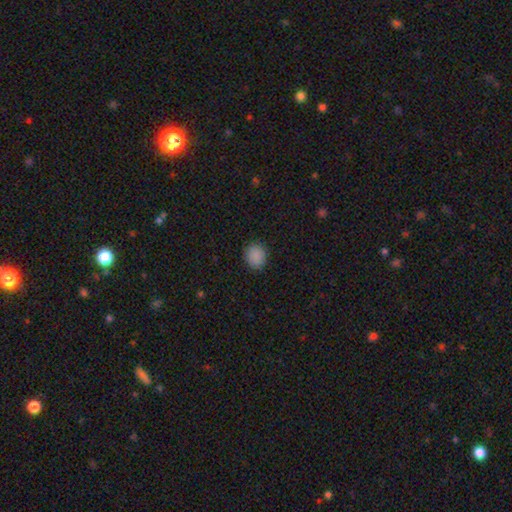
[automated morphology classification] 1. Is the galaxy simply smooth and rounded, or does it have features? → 87% smooth, 10% star or artifact, 3% featured or disk.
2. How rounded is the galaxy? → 76% round, 23% in between, 1% cigar-shaped.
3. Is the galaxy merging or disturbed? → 88% none, 9% minor disturbance, 2% major disturbance, 1% merger.